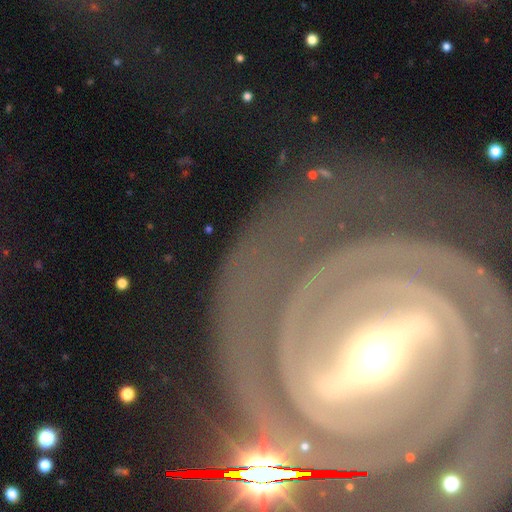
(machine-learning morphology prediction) smooth_or_featured: featured or disk (p=0.90) [alt: star or artifact p=0.06]
disk_edge_on: no (p=0.95) [alt: yes p=0.05]
bar: strong (p=0.76) [alt: weak p=0.16]
has_spiral_arms: yes (p=0.96) [alt: no p=0.04]
spiral_winding: tight (p=0.79) [alt: medium p=0.17]
spiral_arm_count: 2 (p=0.55) [alt: 3 p=0.13]
bulge_size: moderate (p=0.56) [alt: small p=0.36]
merging: none (p=0.72) [alt: minor disturbance p=0.13]